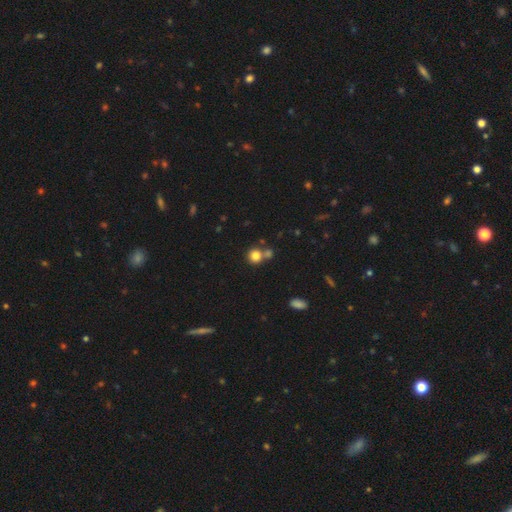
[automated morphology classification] smooth 82%, star or artifact 11%, featured or disk 7%. Down the decision tree: how rounded — round (89%); merging — none (58%).